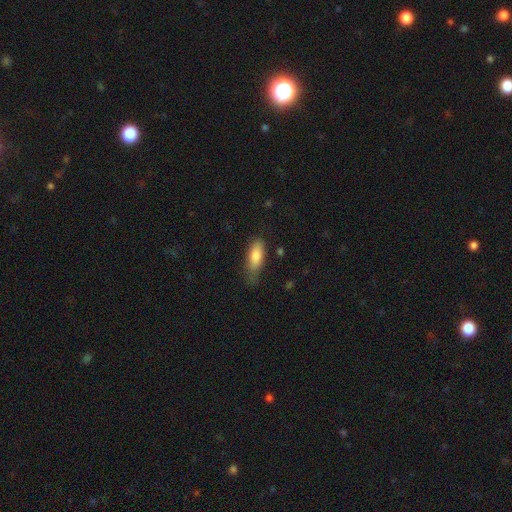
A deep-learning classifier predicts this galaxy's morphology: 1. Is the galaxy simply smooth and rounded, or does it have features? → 83% smooth, 11% featured or disk, 7% star or artifact.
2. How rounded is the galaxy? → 69% in between, 29% cigar-shaped, 2% round.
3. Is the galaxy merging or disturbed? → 60% none, 30% minor disturbance, 8% major disturbance, 2% merger.